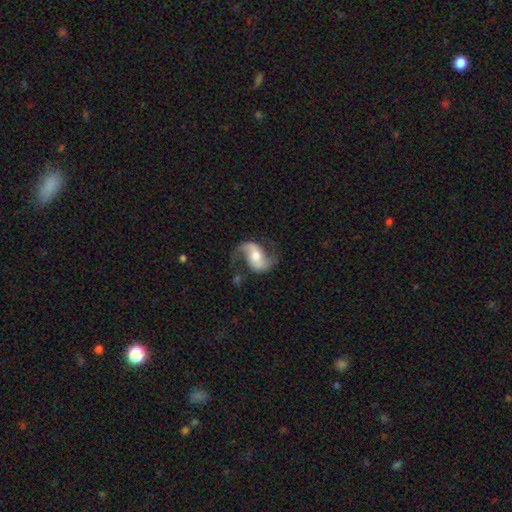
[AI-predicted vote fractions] The model was most divided on "bar" (2-way tie): weak: 38%, no: 38%, strong: 25%. More confident: edge-on disk — no (97%); spiral arms — yes (95%); spiral arm count — 2 (89%); smooth or featured — featured or disk (82%); spiral winding — loose (65%); merging — none (64%); bulge size — moderate (63%).